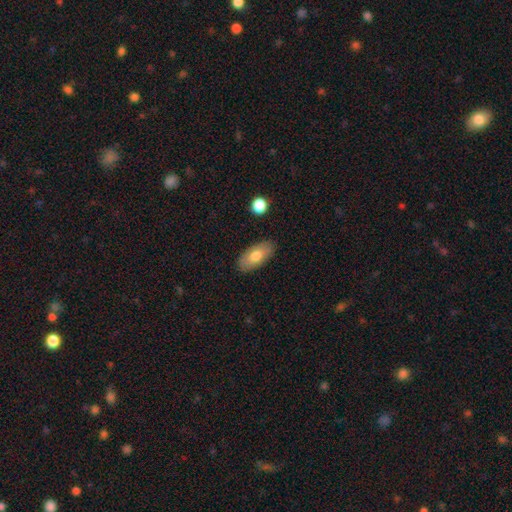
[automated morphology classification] Overall: smooth (73%). How rounded: in between (91%). Merging: none (86%).